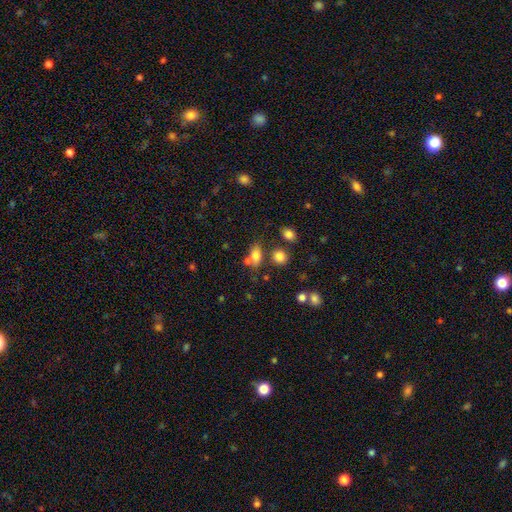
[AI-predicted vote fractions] Smooth or featured: smooth — 77% (star or artifact — 13%)
How rounded: in between — 76% (round — 20%)
Merging: none — 53% (merger — 26%)